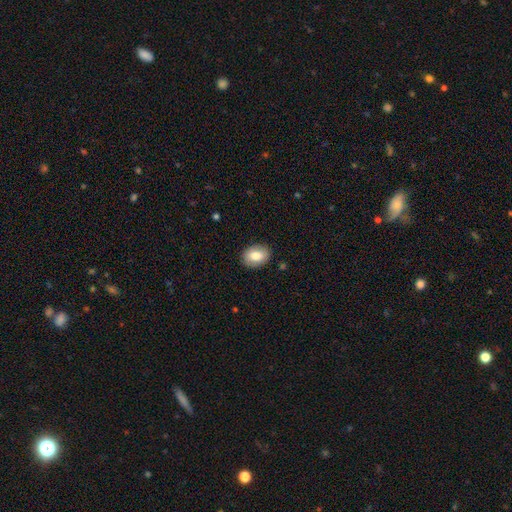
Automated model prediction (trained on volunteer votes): smooth_or_featured: smooth (p=0.81) [alt: featured or disk p=0.12]
how_rounded: in between (p=0.76) [alt: round p=0.23]
merging: none (p=0.87) [alt: minor disturbance p=0.09]